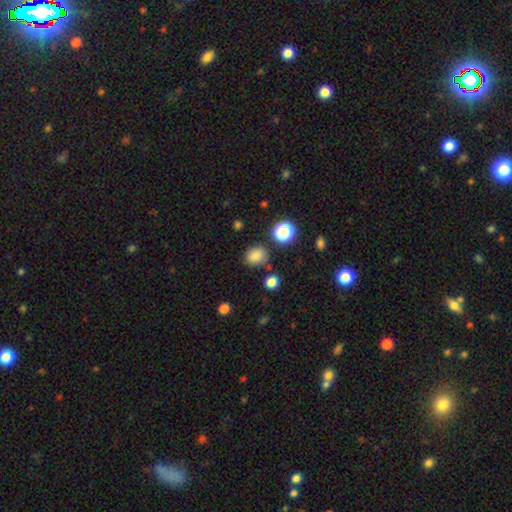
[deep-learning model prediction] Smooth or featured?
  - smooth: 81% *
  - star or artifact: 15%
  - featured or disk: 4%
How rounded?
  - round: 62% *
  - in between: 37%
  - cigar-shaped: 1%
Merging?
  - none: 76% *
  - minor disturbance: 14%
  - merger: 5%
  - major disturbance: 4%